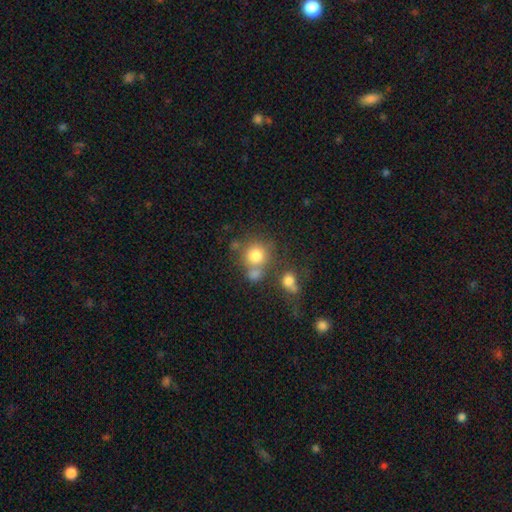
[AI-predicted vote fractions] This appears to be a smooth galaxy with no disk features (78%) that is round (86%). Merging: none (55%).